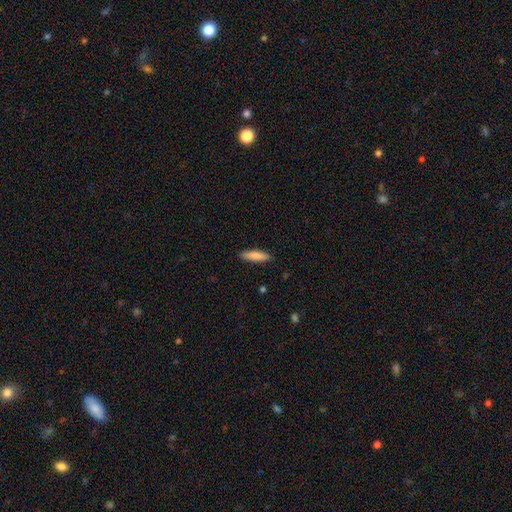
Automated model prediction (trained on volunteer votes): Q: Smooth or featured?
A: smooth (84%); runner-up: featured or disk (11%)
Q: How rounded?
A: cigar-shaped (73%); runner-up: in between (26%)
Q: Merging?
A: none (88%); runner-up: minor disturbance (9%)